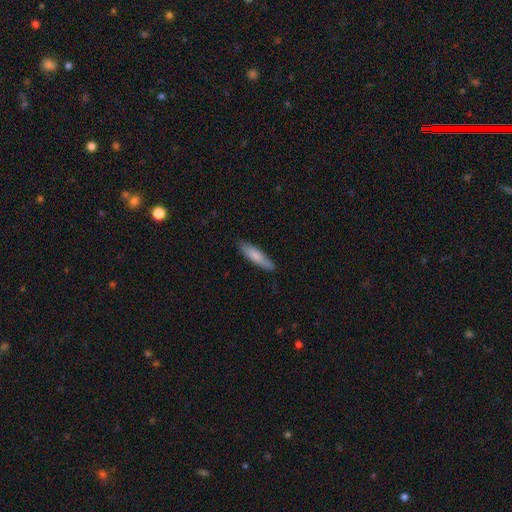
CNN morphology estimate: Smooth or featured: smooth — 79% (featured or disk — 16%)
How rounded: cigar-shaped — 75% (in between — 24%)
Merging: none — 85% (minor disturbance — 12%)